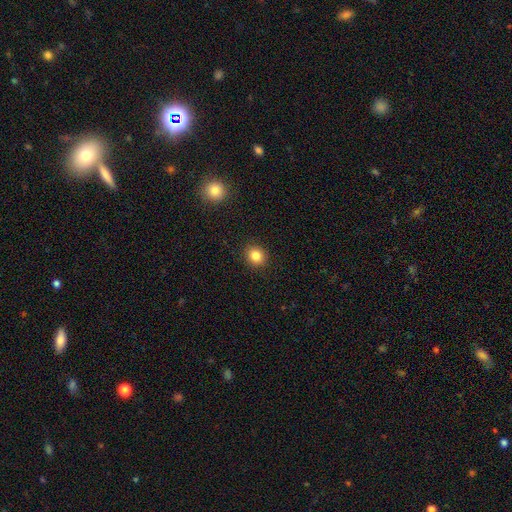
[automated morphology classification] This appears to be a smooth galaxy with no disk features (84%) that is round (81%). Merging: none (91%).